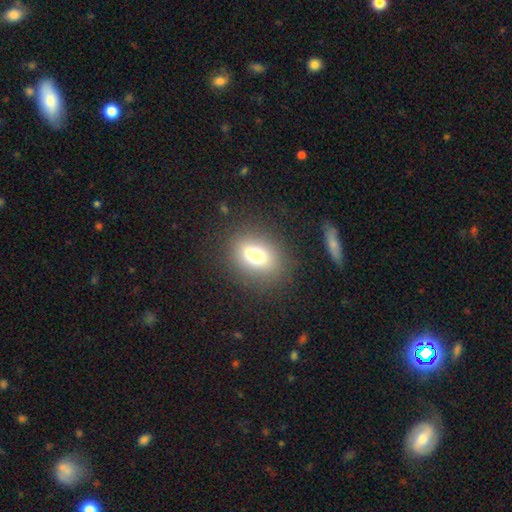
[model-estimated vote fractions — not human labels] Smooth or featured: smooth — 67% (featured or disk — 19%)
How rounded: in between — 53% (round — 45%)
Merging: none — 64% (merger — 16%)